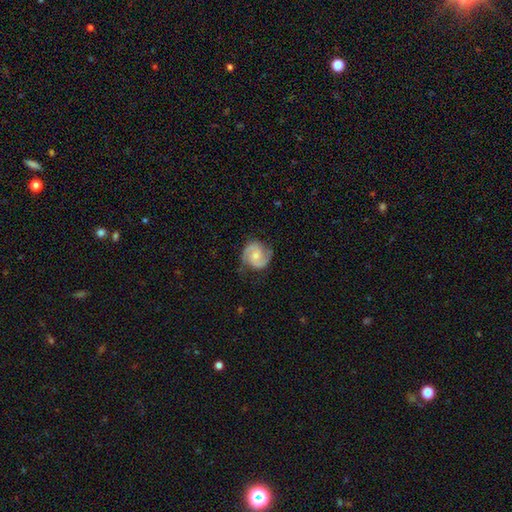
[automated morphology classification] Smooth or featured: featured or disk — 87% (smooth — 9%)
Edge-on disk: no — 98% (yes — 2%)
Bar: no — 53% (weak — 39%)
Spiral arms: yes — 98% (no — 2%)
Spiral winding: medium — 53% (tight — 35%)
Spiral arm count: 2 — 92% (can't tell — 3%)
Bulge size: moderate — 46% (small — 45%)
Merging: none — 79% (minor disturbance — 16%)